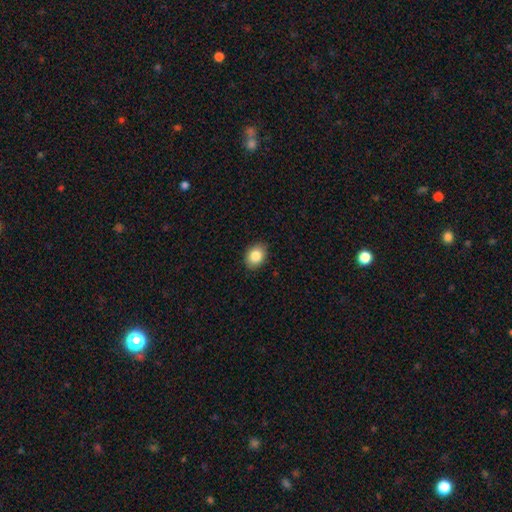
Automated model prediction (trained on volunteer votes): Smooth or featured?
  - smooth: 85% *
  - star or artifact: 8%
  - featured or disk: 7%
How rounded?
  - in between: 65% *
  - round: 34%
  - cigar-shaped: 1%
Merging?
  - none: 88% *
  - minor disturbance: 9%
  - major disturbance: 2%
  - merger: 1%